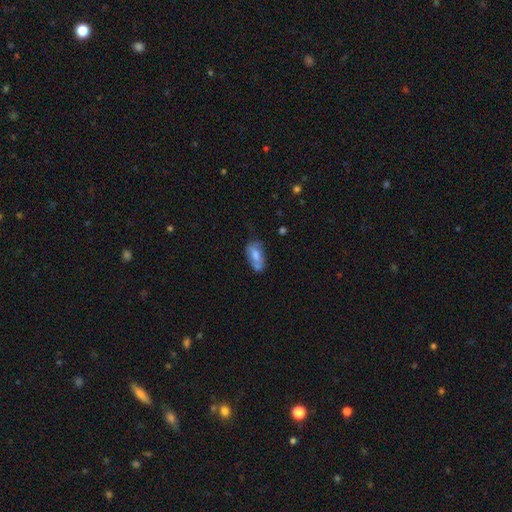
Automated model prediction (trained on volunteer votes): Smooth or featured?
  - smooth: 60% *
  - featured or disk: 32%
  - star or artifact: 8%
How rounded?
  - in between: 88% *
  - cigar-shaped: 8%
  - round: 4%
Merging?
  - none: 46% *
  - minor disturbance: 30%
  - major disturbance: 13%
  - merger: 10%